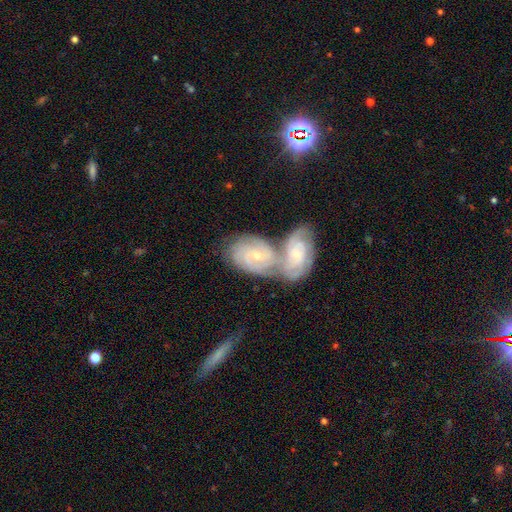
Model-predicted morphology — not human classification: Smooth or featured? featured or disk (81%)
Edge-on disk? no (95%)
Bar? no (55%)
Spiral arms? yes (96%)
Spiral winding? tight (66%)
Spiral arm count? can't tell (30%)
Bulge size? small (65%)
Merging? merger (70%)